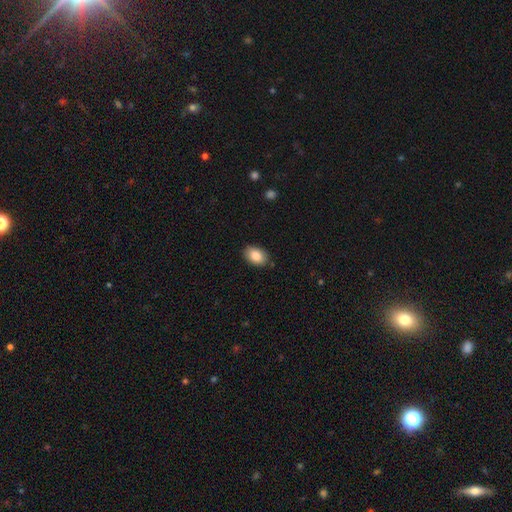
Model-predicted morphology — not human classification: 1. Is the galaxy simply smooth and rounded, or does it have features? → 86% smooth, 7% star or artifact, 7% featured or disk.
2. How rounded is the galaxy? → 87% in between, 12% round, 1% cigar-shaped.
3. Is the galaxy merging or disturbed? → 87% none, 10% minor disturbance, 2% major disturbance, 1% merger.